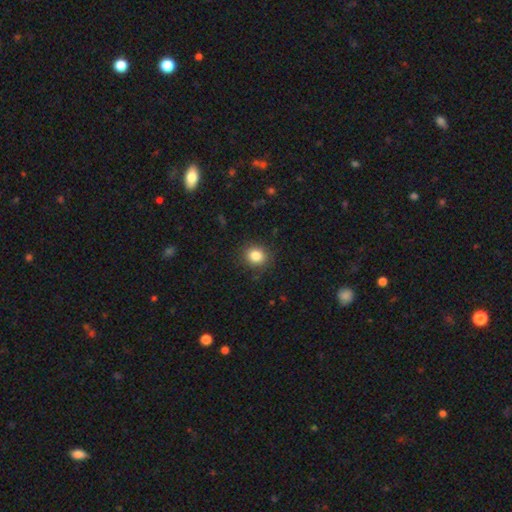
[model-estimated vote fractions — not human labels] Smooth or featured: smooth — 84% (star or artifact — 11%)
How rounded: round — 79% (in between — 20%)
Merging: none — 87% (minor disturbance — 9%)